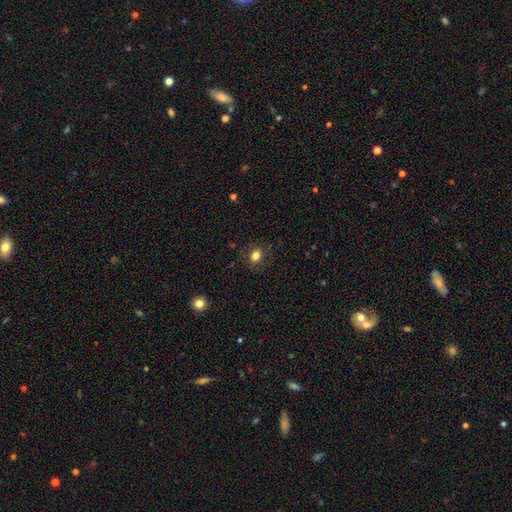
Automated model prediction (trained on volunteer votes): smooth 82%, star or artifact 12%, featured or disk 6%. Down the decision tree: how rounded — round (54%); merging — none (85%).